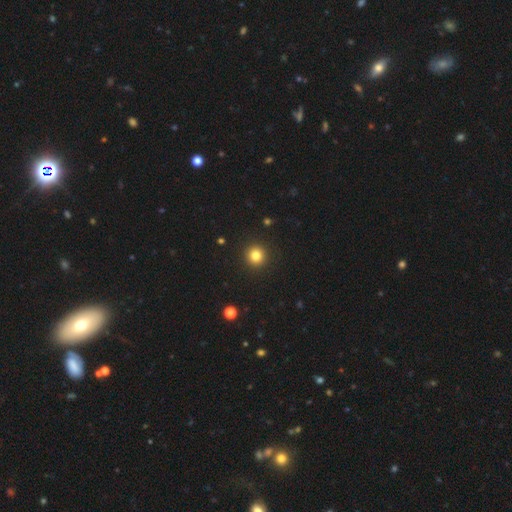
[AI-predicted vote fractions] This appears to be a smooth galaxy with no disk features (82%) that is round (95%). Merging: none (93%).